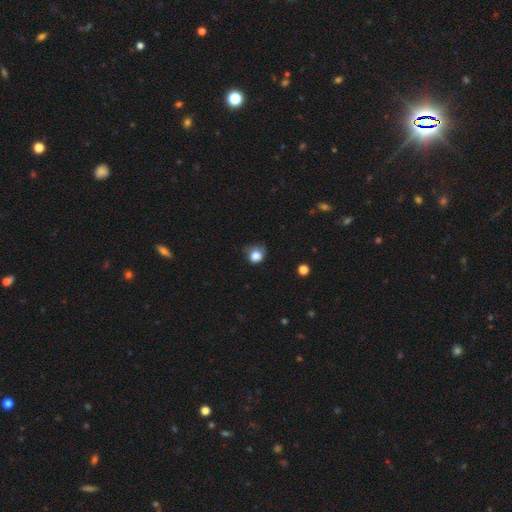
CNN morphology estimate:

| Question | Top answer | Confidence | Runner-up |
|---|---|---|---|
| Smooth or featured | smooth | 83% | star or artifact (10%) |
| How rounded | round | 73% | in between (26%) |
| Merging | none | 47% | minor disturbance (37%) |